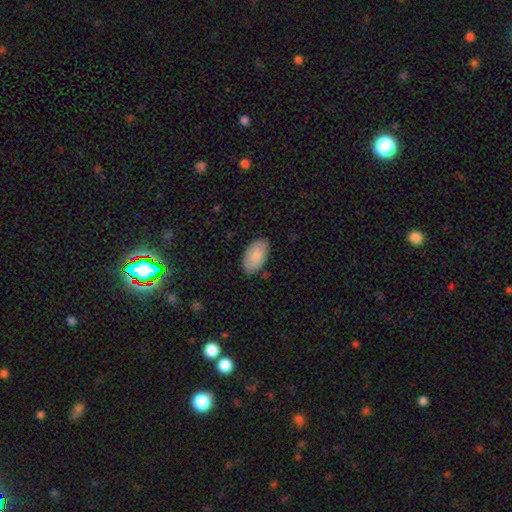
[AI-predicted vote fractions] Q: Smooth or featured?
A: smooth (85%); runner-up: featured or disk (9%)
Q: How rounded?
A: in between (95%); runner-up: round (3%)
Q: Merging?
A: none (83%); runner-up: minor disturbance (13%)